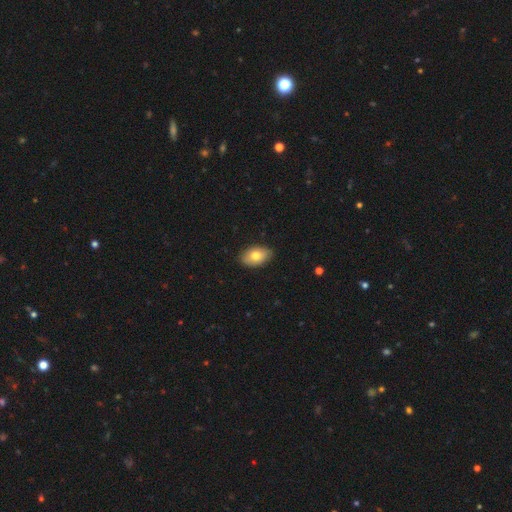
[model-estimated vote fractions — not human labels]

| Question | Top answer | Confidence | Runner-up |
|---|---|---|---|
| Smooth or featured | smooth | 76% | featured or disk (17%) |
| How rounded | in between | 90% | round (8%) |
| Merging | none | 86% | minor disturbance (11%) |